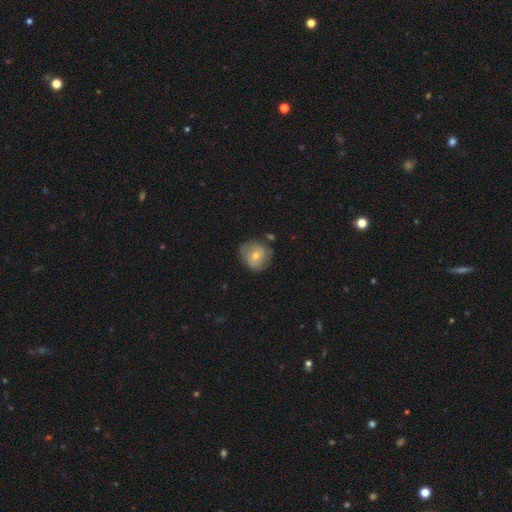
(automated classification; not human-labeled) Smooth or featured: smooth — 54% (featured or disk — 36%)
How rounded: round — 80% (in between — 19%)
Merging: none — 67% (minor disturbance — 24%)